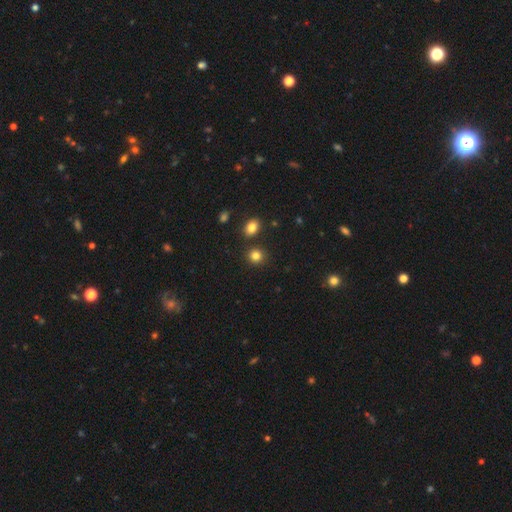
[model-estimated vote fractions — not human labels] Q: Smooth or featured?
A: smooth (83%); runner-up: star or artifact (12%)
Q: How rounded?
A: round (82%); runner-up: in between (17%)
Q: Merging?
A: none (84%); runner-up: minor disturbance (7%)